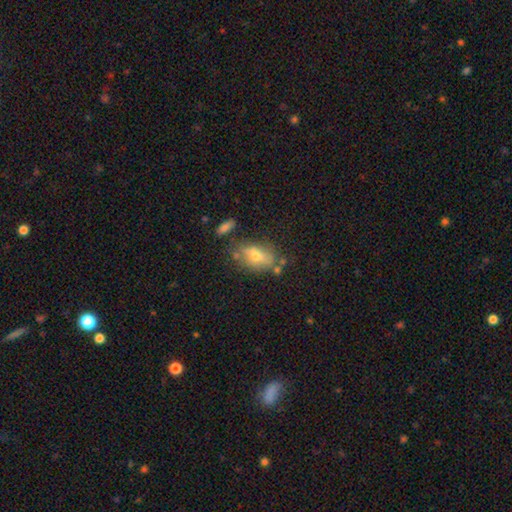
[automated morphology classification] Smooth or featured: smooth — 62% (featured or disk — 29%)
How rounded: in between — 82% (round — 10%)
Merging: none — 64% (minor disturbance — 19%)